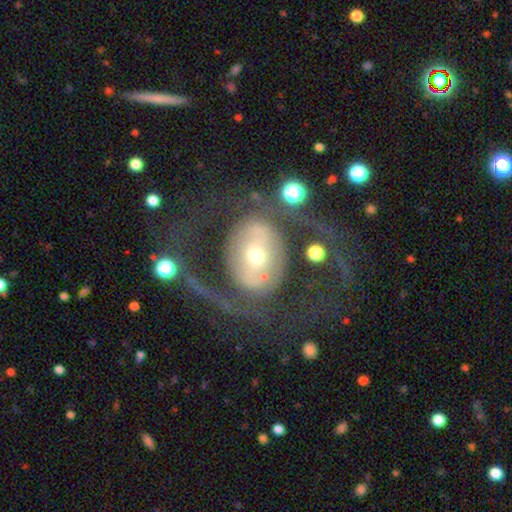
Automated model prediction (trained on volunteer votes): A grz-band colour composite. It shows a featured or disk galaxy (71%) with no bar (50%), no spiral arms (50%, tied with yes) and a moderate central bulge (52%). Merging: none (53%).